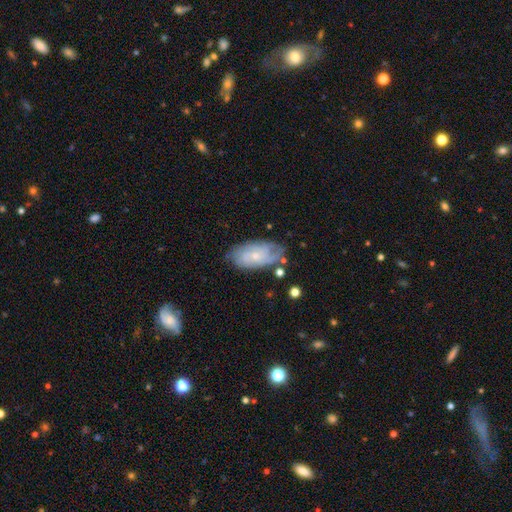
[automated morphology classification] type=featured or disk (63%); edge-on=no (94%); bar=no (75%); spiral arms=yes (84%); bulge=small (71%); merging=none (65%).